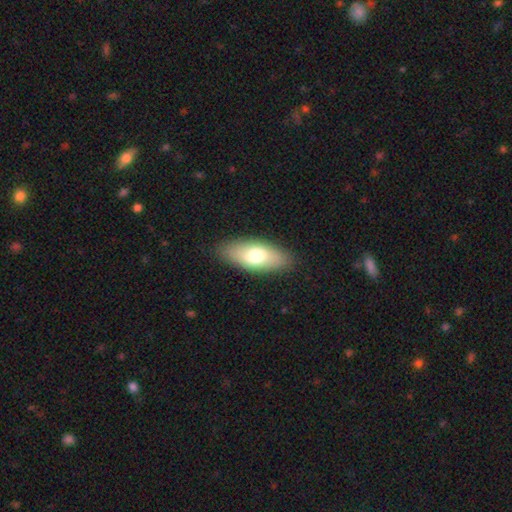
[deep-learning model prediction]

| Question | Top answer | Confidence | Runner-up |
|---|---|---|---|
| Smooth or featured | smooth | 71% | featured or disk (22%) |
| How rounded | in between | 83% | cigar-shaped (14%) |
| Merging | none | 87% | minor disturbance (9%) |